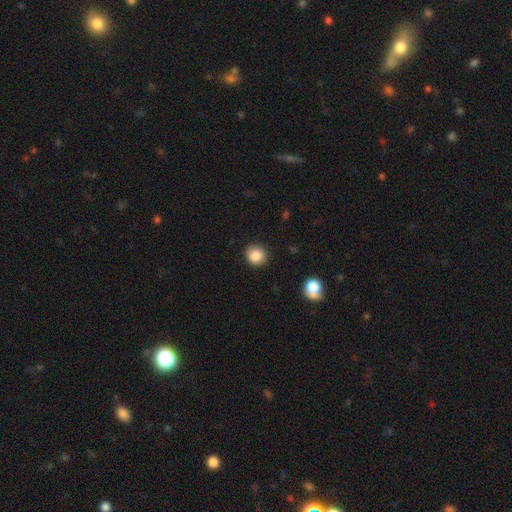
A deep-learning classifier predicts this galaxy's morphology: Q: Smooth or featured?
A: smooth (85%); runner-up: star or artifact (9%)
Q: How rounded?
A: round (86%); runner-up: in between (13%)
Q: Merging?
A: none (86%); runner-up: minor disturbance (10%)